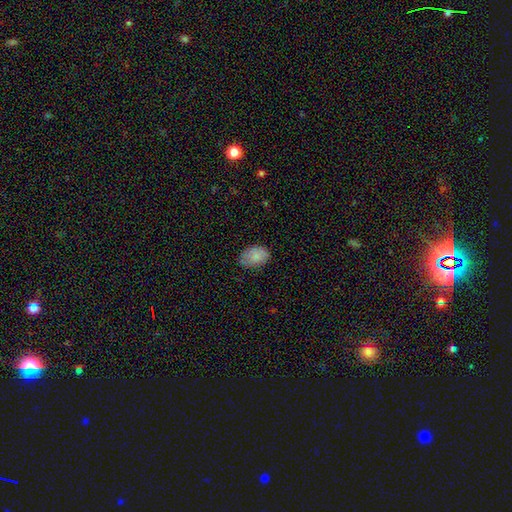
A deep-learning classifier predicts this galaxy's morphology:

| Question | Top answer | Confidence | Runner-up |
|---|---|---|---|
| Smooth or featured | smooth | 84% | featured or disk (9%) |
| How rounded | in between | 86% | round (13%) |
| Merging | none | 74% | minor disturbance (21%) |